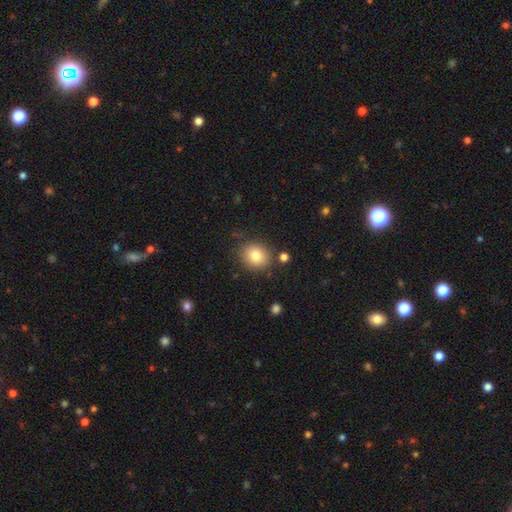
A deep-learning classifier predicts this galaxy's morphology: Q: Smooth or featured?
A: smooth (81%); runner-up: star or artifact (10%)
Q: How rounded?
A: round (73%); runner-up: in between (26%)
Q: Merging?
A: none (83%); runner-up: minor disturbance (10%)